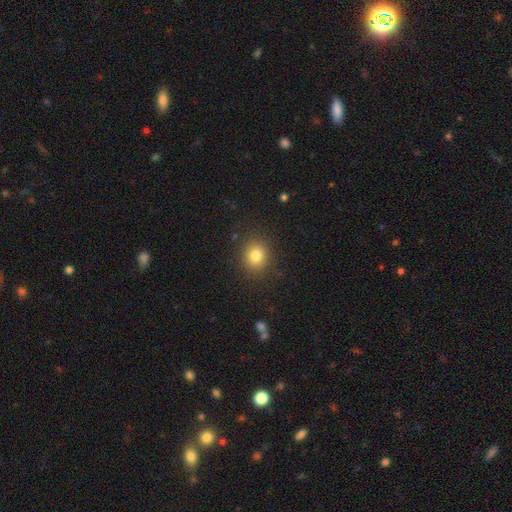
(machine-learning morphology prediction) Smooth or featured? smooth (80%)
How rounded? round (72%)
Merging? none (87%)